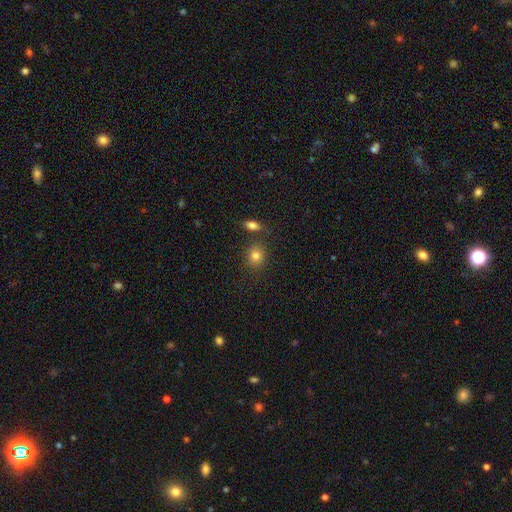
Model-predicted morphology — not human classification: smooth-or-featured: smooth: 82% | star or artifact: 11% | featured or disk: 7%
  how-rounded: round: 74% | in between: 25% | cigar-shaped: 1%
  merging: none: 77% | minor disturbance: 10% | merger: 9% | major disturbance: 3%